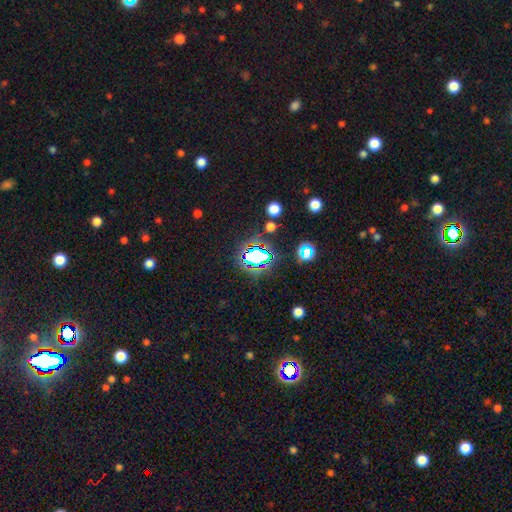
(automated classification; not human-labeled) smooth-or-featured: star or artifact: 61% | smooth: 27% | featured or disk: 12%